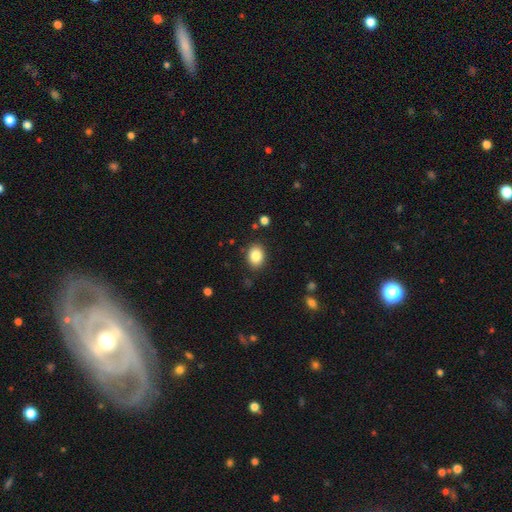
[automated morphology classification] A smooth galaxy with no disk features (86%) that is in between round and cigar-shaped (64%). Merging: none (87%).